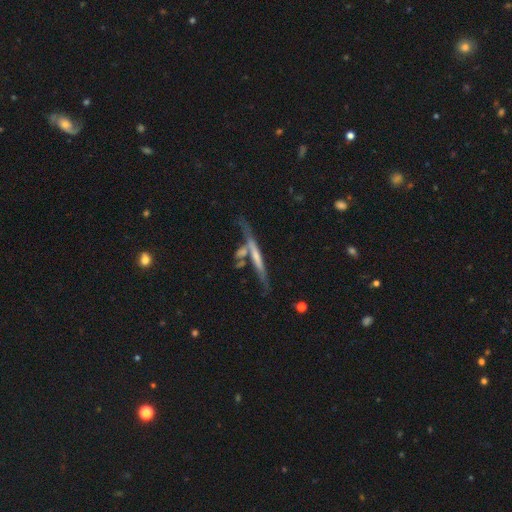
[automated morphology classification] featured or disk 58%, smooth 36%, star or artifact 6%. Down the decision tree: edge-on disk — yes (89%); edge-on bulge — none (57%); merging — none (51%).